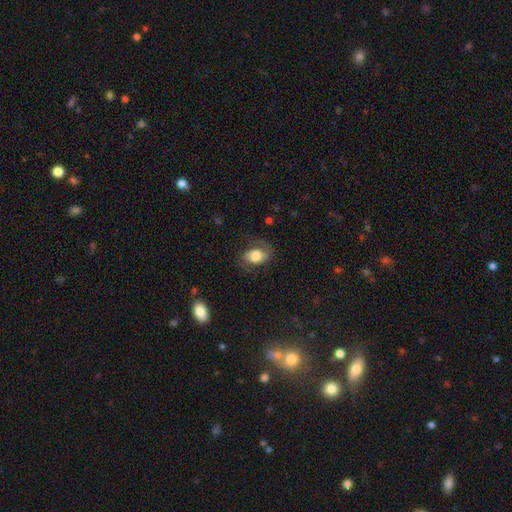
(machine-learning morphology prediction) Smooth or featured: smooth — 62% (featured or disk — 30%)
How rounded: in between — 76% (round — 23%)
Merging: none — 59% (minor disturbance — 22%)